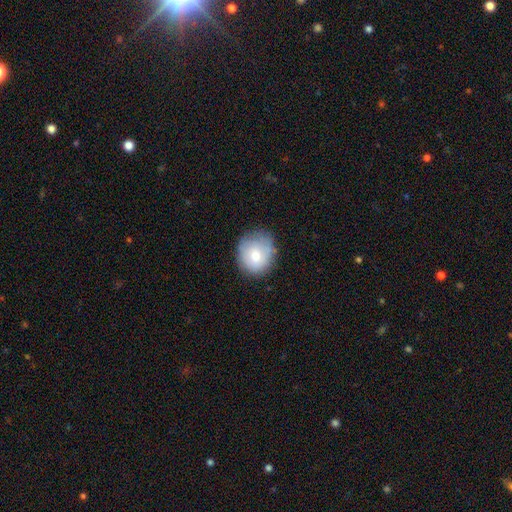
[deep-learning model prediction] Smooth or featured?
  - smooth: 73% *
  - featured or disk: 19%
  - star or artifact: 8%
How rounded?
  - round: 78% *
  - in between: 21%
  - cigar-shaped: 1%
Merging?
  - none: 68% *
  - minor disturbance: 24%
  - major disturbance: 6%
  - merger: 2%